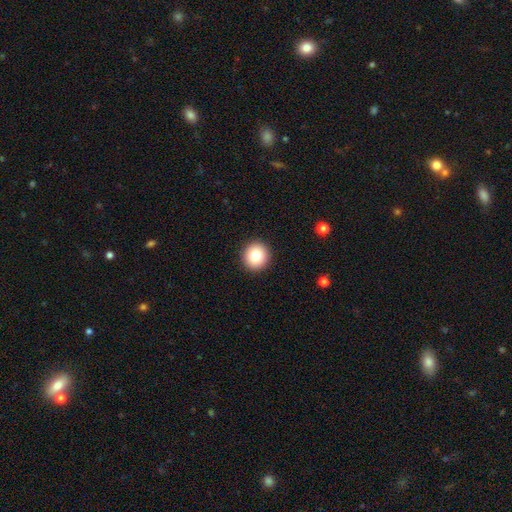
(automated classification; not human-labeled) Morphology: type=smooth (82%); roundness=round (91%); merging=none (93%).